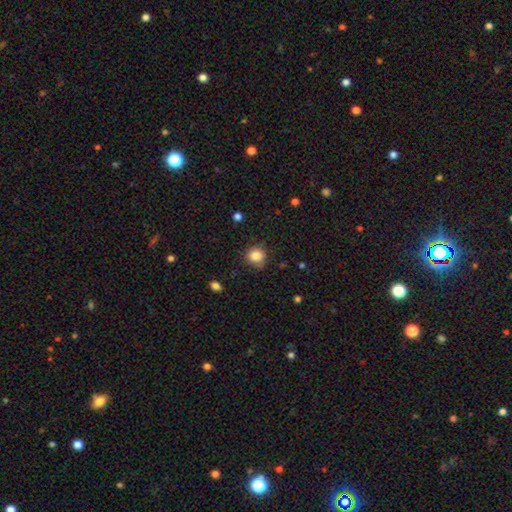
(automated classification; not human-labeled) Smooth or featured? smooth (84%)
How rounded? round (85%)
Merging? none (79%)